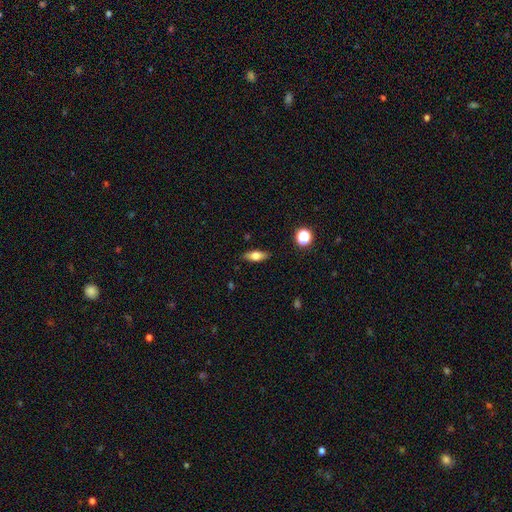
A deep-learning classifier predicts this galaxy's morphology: Smooth or featured: smooth — 66% (featured or disk — 25%)
How rounded: in between — 66% (cigar-shaped — 29%)
Merging: none — 87% (minor disturbance — 10%)